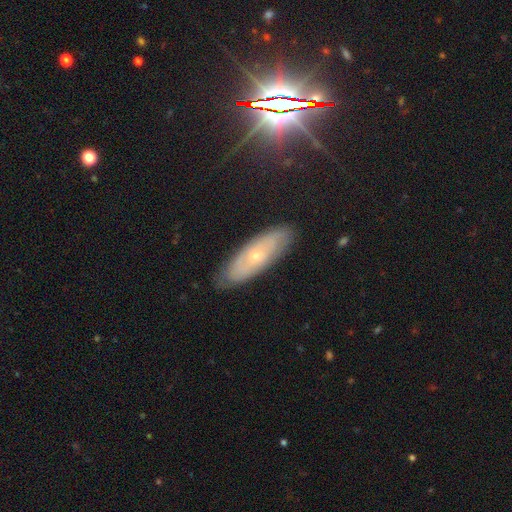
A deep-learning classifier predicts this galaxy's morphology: featured or disk 55%, smooth 36%, star or artifact 9%. Down the decision tree: edge-on disk — no (72%); merging — none (83%).